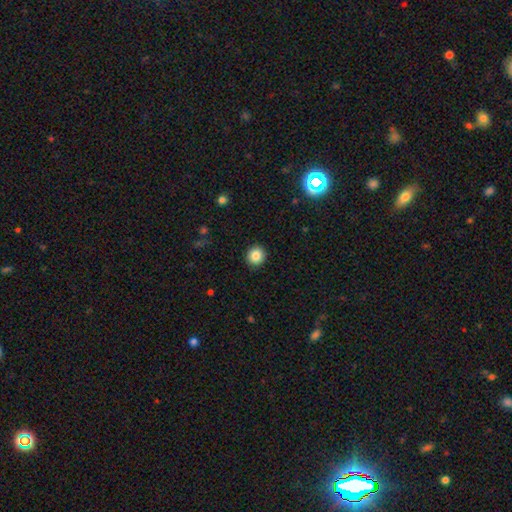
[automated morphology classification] Overall: smooth (85%). How rounded: round (91%). Merging: none (91%).